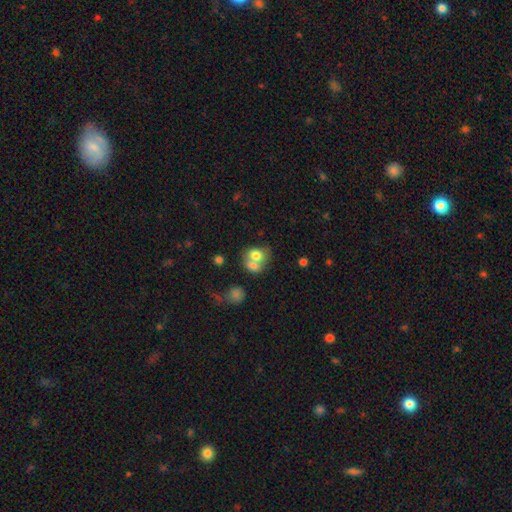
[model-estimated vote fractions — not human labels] Q: Smooth or featured?
A: smooth (71%); runner-up: featured or disk (20%)
Q: How rounded?
A: round (58%); runner-up: in between (41%)
Q: Merging?
A: merger (64%); runner-up: none (24%)